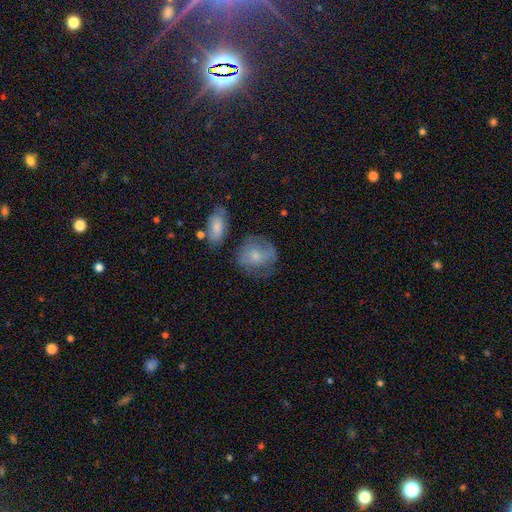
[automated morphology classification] smooth_or_featured: smooth (p=0.60) [alt: featured or disk p=0.32]
how_rounded: round (p=0.70) [alt: in between p=0.28]
merging: none (p=0.54) [alt: minor disturbance p=0.26]